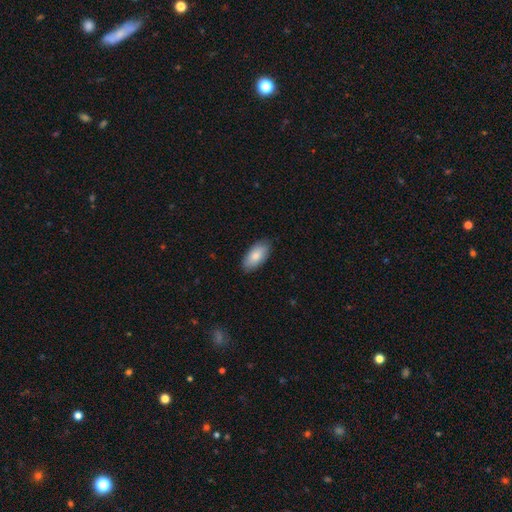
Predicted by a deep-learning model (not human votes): Smooth or featured: smooth — 85% (featured or disk — 9%)
How rounded: in between — 92% (cigar-shaped — 6%)
Merging: none — 86% (minor disturbance — 11%)